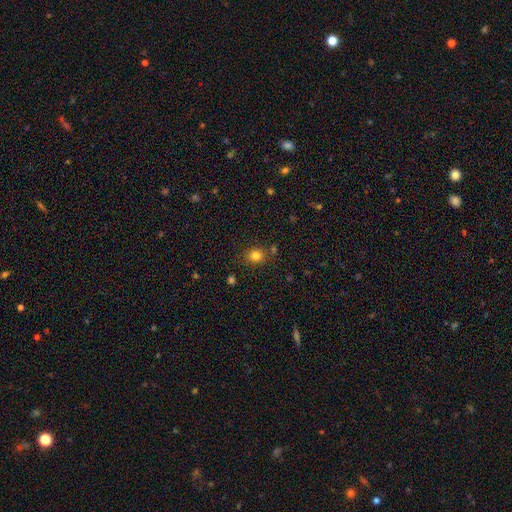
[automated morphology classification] Smooth or featured? smooth (81%)
How rounded? round (72%)
Merging? none (79%)